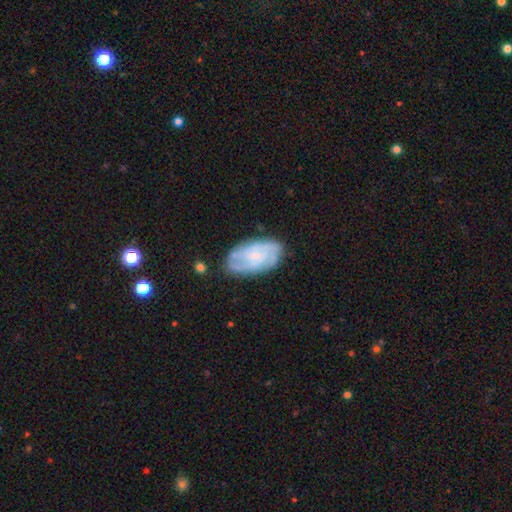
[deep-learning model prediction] featured or disk 73%, smooth 20%, star or artifact 6%. Down the decision tree: edge-on disk — no (96%); bar — no (62%); spiral arms — yes (92%); spiral arm count — can't tell (34%); spiral winding — tight (54%); bulge size — small (70%); merging — none (77%).